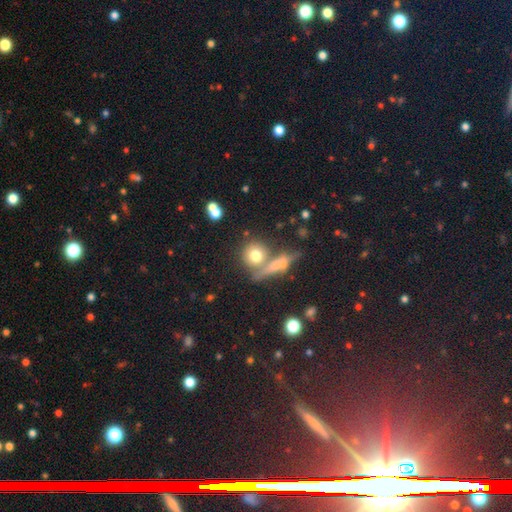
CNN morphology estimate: Q: Smooth or featured?
A: smooth (72%); runner-up: featured or disk (17%)
Q: How rounded?
A: round (79%); runner-up: in between (17%)
Q: Merging?
A: none (52%); runner-up: merger (30%)